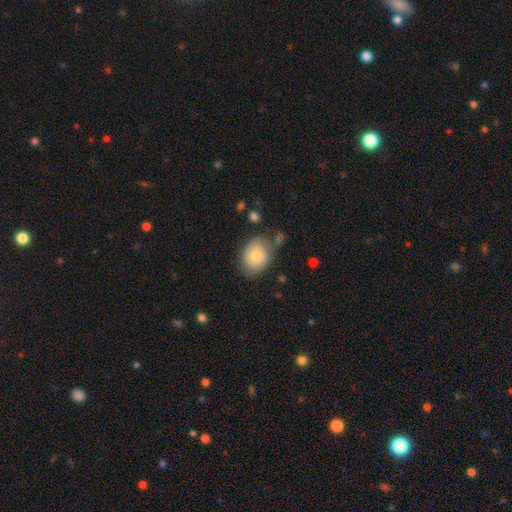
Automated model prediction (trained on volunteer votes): Q: Smooth or featured?
A: smooth (77%); runner-up: featured or disk (16%)
Q: How rounded?
A: in between (53%); runner-up: round (46%)
Q: Merging?
A: none (64%); runner-up: minor disturbance (23%)